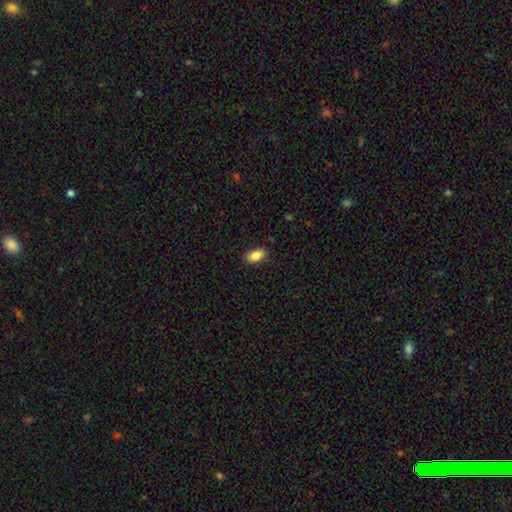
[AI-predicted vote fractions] This appears to be a smooth galaxy with no disk features (87%) that is in between round and cigar-shaped (90%). Merging: none (88%).